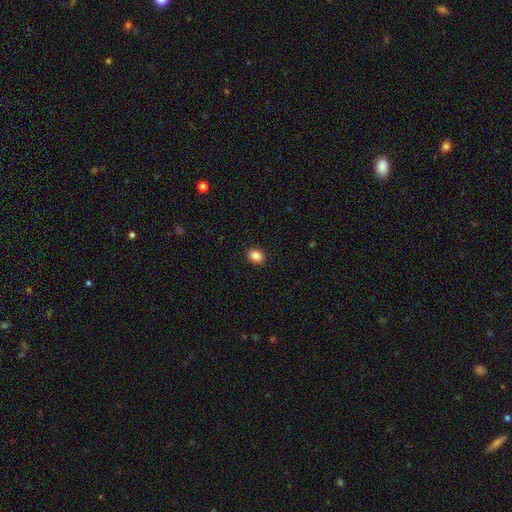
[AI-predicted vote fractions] The model was most divided on "how rounded": in between: 65%, round: 34%, cigar-shaped: 1%. More confident: merging — none (90%); smooth or featured — smooth (88%).